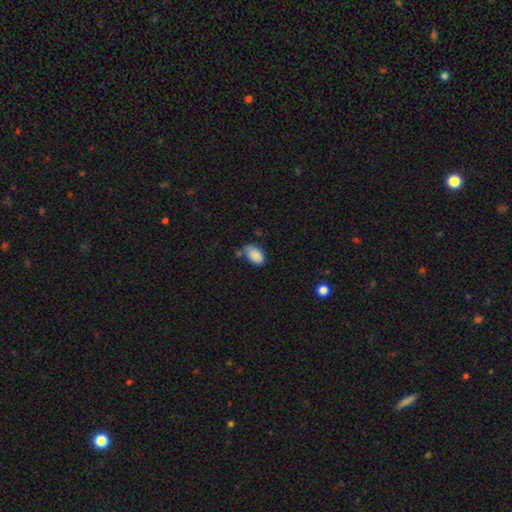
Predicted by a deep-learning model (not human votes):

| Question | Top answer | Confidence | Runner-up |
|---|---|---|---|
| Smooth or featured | smooth | 87% | star or artifact (8%) |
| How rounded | in between | 92% | round (7%) |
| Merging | none | 57% | minor disturbance (27%) |